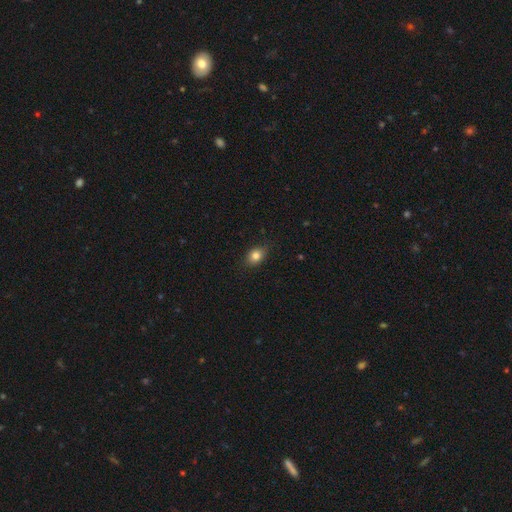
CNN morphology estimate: A smooth galaxy with no disk features (82%) that is in between round and cigar-shaped (64%).

Vote fractions:
- Smooth or featured? smooth: 82% / star or artifact: 10% / featured or disk: 8%
- How rounded? in between: 64% / round: 35% / cigar-shaped: 2%
- Merging? none: 81% / minor disturbance: 15% / major disturbance: 3% / merger: 1%